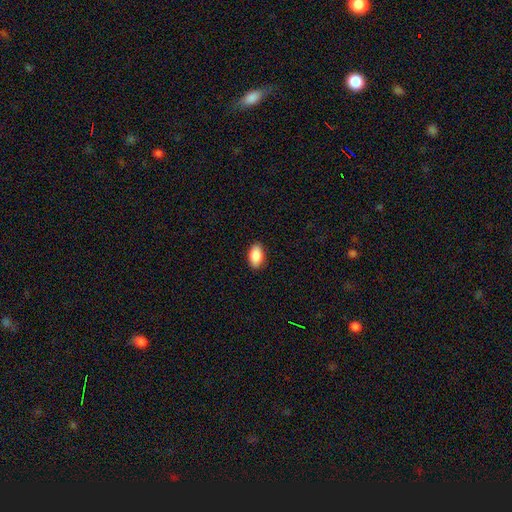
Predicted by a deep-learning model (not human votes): Morphology: type=smooth (89%); roundness=in between (94%); merging=none (88%).